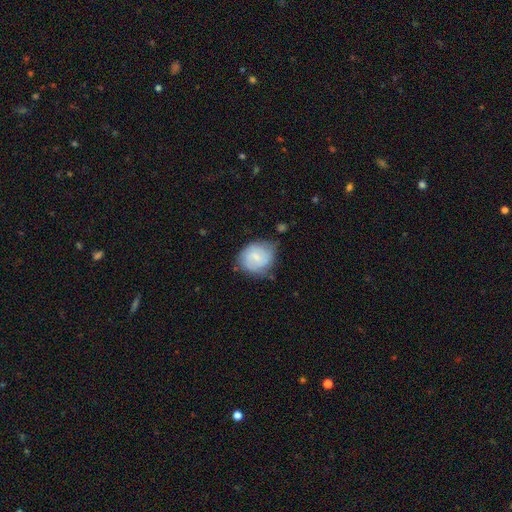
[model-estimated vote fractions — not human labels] Overall: featured or disk (48%; smooth 45%). Merging: none (60%; minor disturbance 29%).